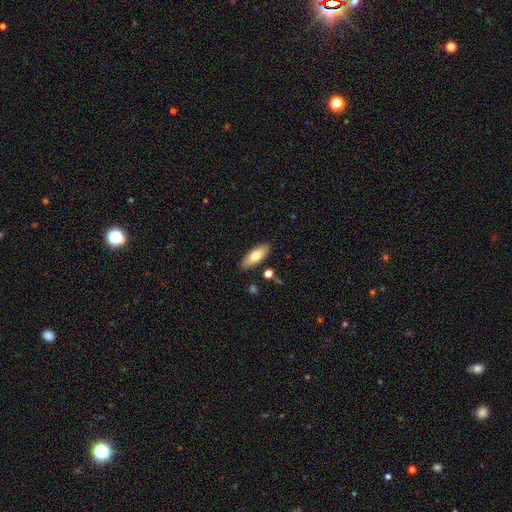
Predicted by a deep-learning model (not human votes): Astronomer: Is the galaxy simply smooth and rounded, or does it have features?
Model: smooth — 72%.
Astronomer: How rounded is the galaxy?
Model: in between — 74%.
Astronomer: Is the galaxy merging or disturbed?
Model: none — 86%.